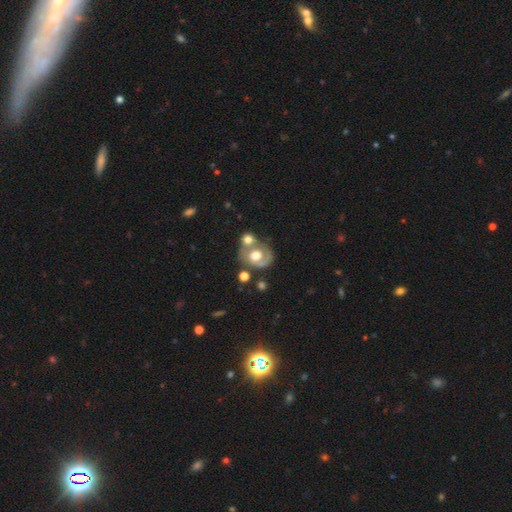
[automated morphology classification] type=featured or disk (53%); edge-on=no (97%); bar=no (82%); spiral arms=no (51%); bulge=moderate (57%); merging=none (39%).